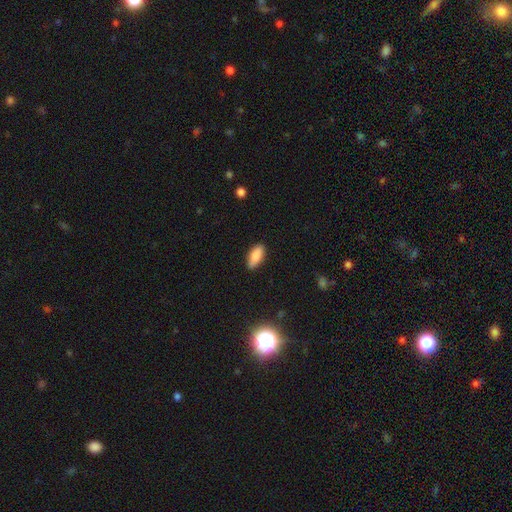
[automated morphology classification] Smooth or featured? Predicted: smooth (p=0.85). How rounded? Predicted: in between (p=0.81). Merging? Predicted: none (p=0.85).